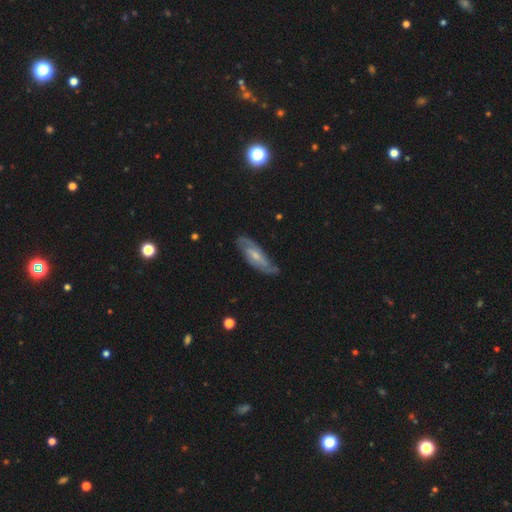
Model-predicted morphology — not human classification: type=featured or disk (75%); edge-on=no (85%); bar=no (46%); spiral arms=yes (92%); winding=medium (46%); arm count=2 (74%); bulge=small (52%); merging=none (73%).